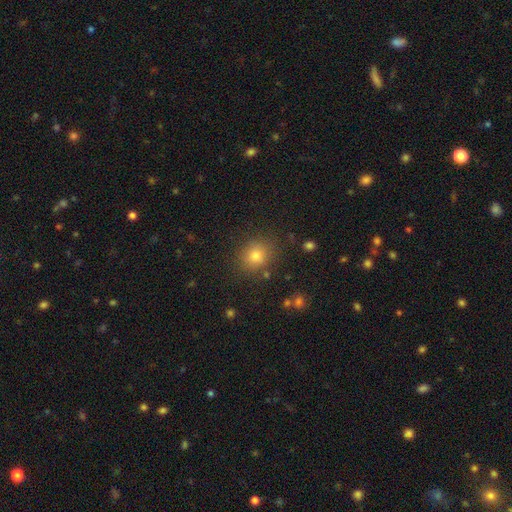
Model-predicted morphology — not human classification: Smooth or featured? smooth (77%)
How rounded? round (79%)
Merging? none (85%)